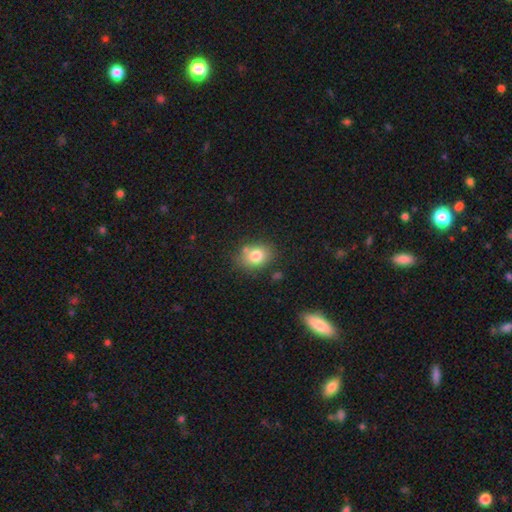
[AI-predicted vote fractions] This appears to be a smooth galaxy with no disk features (80%) that is in between round and cigar-shaped (58%). Merging: none (71%).